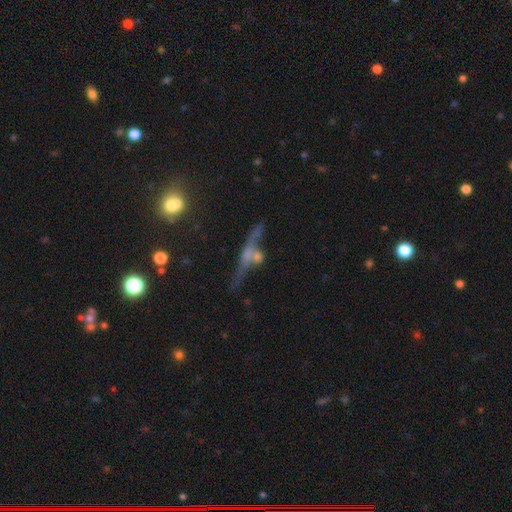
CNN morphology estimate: type=star or artifact (39%).